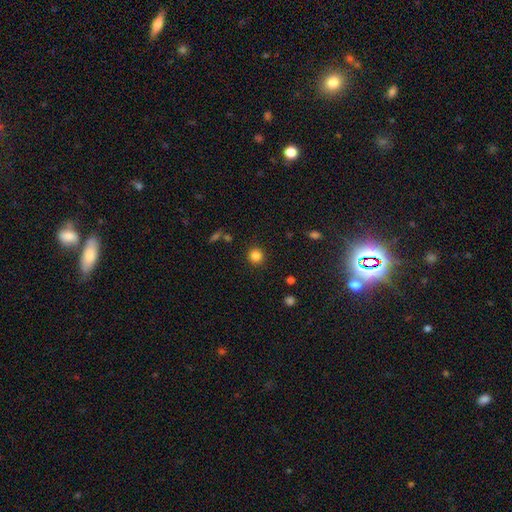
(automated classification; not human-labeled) Morphology: type=smooth (84%); roundness=round (93%); merging=none (90%).